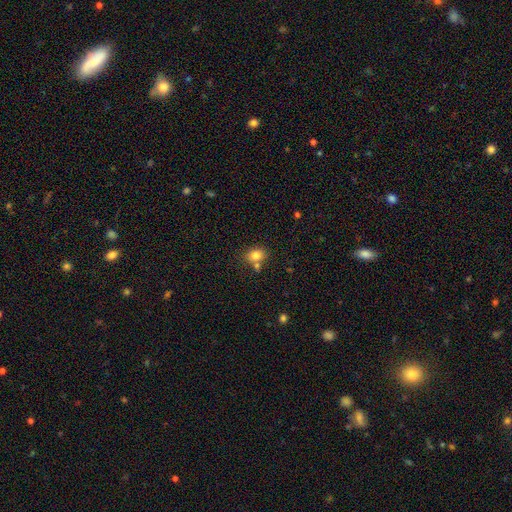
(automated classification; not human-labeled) A smooth galaxy with no disk features (81%) that is in between round and cigar-shaped (64%). Merging: none (62%).